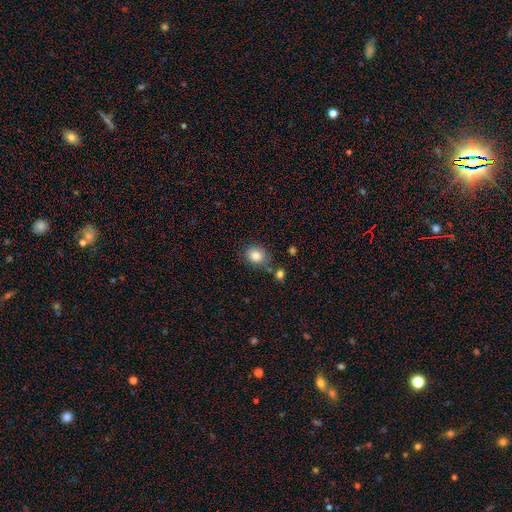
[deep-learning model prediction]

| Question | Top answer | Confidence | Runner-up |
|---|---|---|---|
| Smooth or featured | smooth | 84% | star or artifact (9%) |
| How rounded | round | 68% | in between (31%) |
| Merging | none | 72% | minor disturbance (16%) |